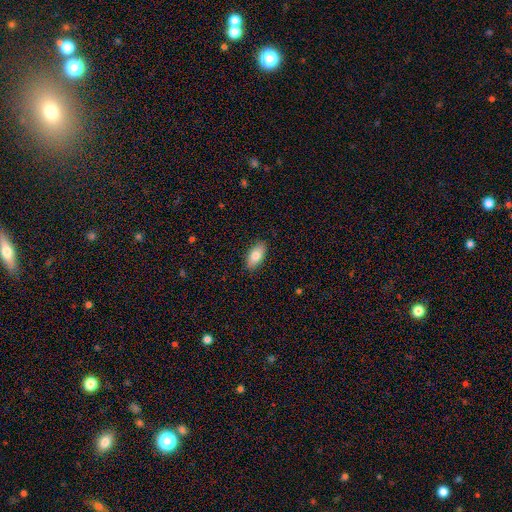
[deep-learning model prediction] This is clearly a smooth galaxy (82%). How rounded: clearly in between (89%). Merging: clearly none (87%).